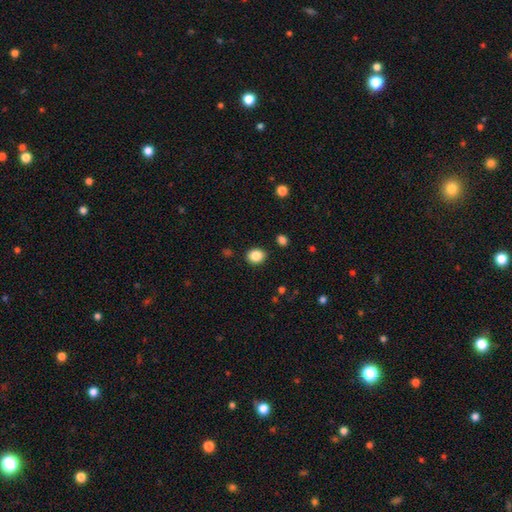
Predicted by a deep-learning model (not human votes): A smooth galaxy with no disk features (86%) that is round (59%).

Vote fractions:
- Smooth or featured? smooth: 86% / star or artifact: 9% / featured or disk: 4%
- How rounded? round: 59% / in between: 40% / cigar-shaped: 1%
- Merging? none: 89% / minor disturbance: 7% / major disturbance: 2% / merger: 2%